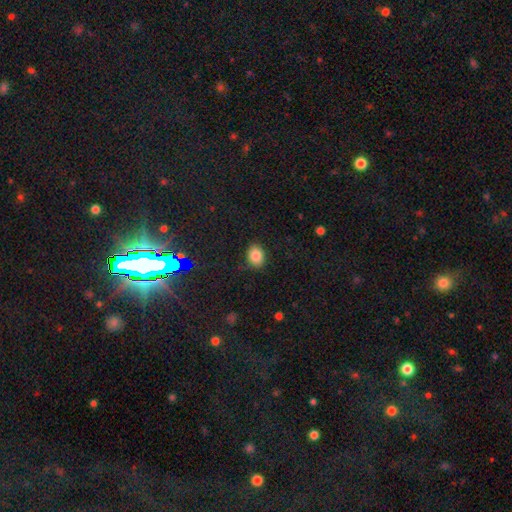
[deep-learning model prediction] Smooth or featured? smooth (83%)
How rounded? in between (65%)
Merging? none (84%)